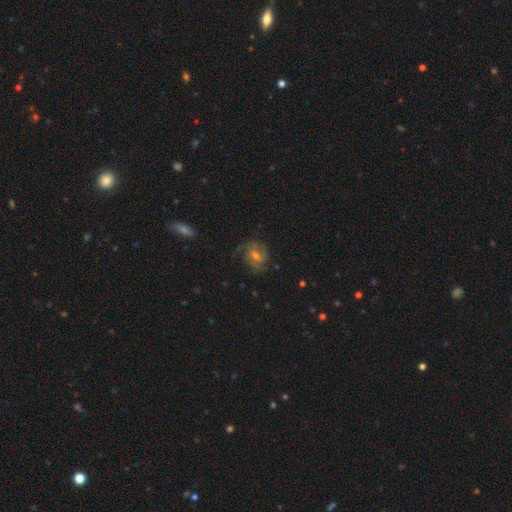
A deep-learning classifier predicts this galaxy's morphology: A featured or disk galaxy (71%) with a weak bar (47%), 2 (37%) medium (44%) spiral arms (91%) and a moderate central bulge (51%).

Vote fractions:
- Smooth or featured? featured or disk: 71% / smooth: 16% / star or artifact: 13%
- Edge-on disk? no: 97% / yes: 3%
- Bar? weak: 47% / no: 41% / strong: 12%
- Spiral arms? yes: 91% / no: 9%
- Spiral winding? medium: 44% / tight: 40% / loose: 16%
- Spiral arm count? 2: 37% / can't tell: 28% / 3: 19% / 1: 7% / 4: 5% / more than 4: 4%
- Bulge size? moderate: 51% / small: 41% / large: 4% / none: 3% / dominant: 1%
- Merging? none: 70% / minor disturbance: 17% / major disturbance: 11% / merger: 2%